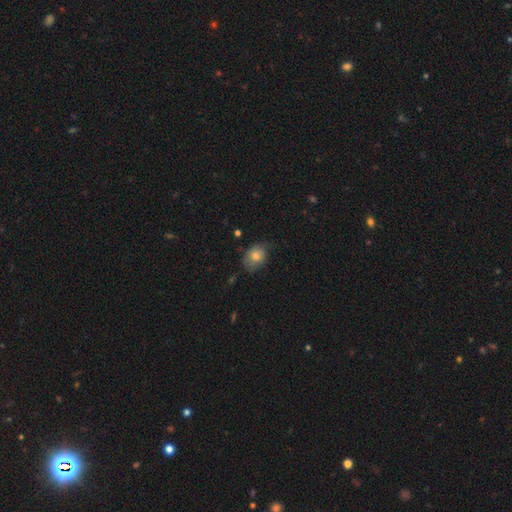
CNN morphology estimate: Smooth or featured? Predicted: smooth (p=0.75). How rounded? Predicted: in between (p=0.58). Merging? Predicted: none (p=0.56).